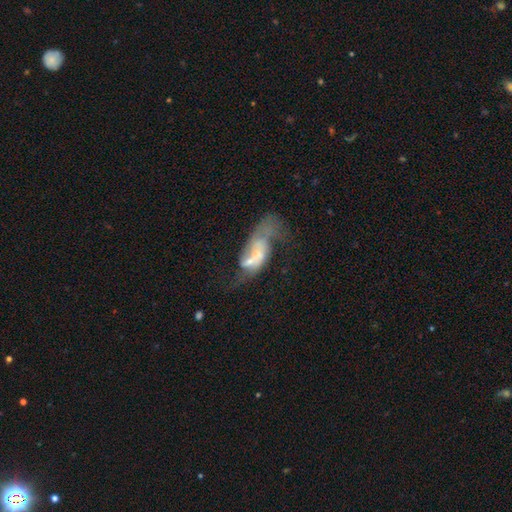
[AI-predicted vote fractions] This is likely a featured or disk galaxy (65%). It is clearly not viewed edge-on (94%). Bar: possibly no (59%). Spiral arm pattern: likely yes (64%). Central bulge: marginally small (40%). Merging: marginally merger (38%).